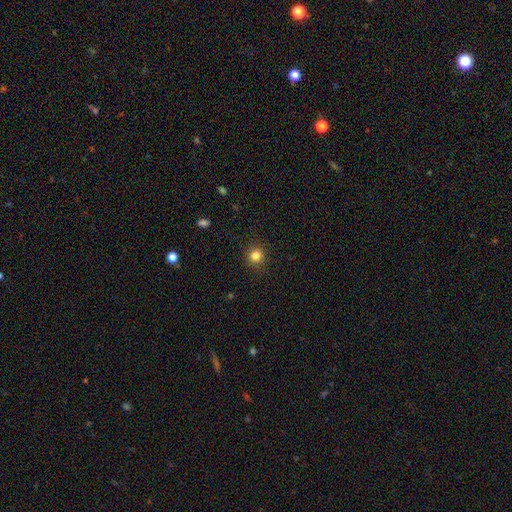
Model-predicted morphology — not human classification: Smooth or featured: smooth — 83% (star or artifact — 12%)
How rounded: round — 90% (in between — 9%)
Merging: none — 91% (minor disturbance — 6%)